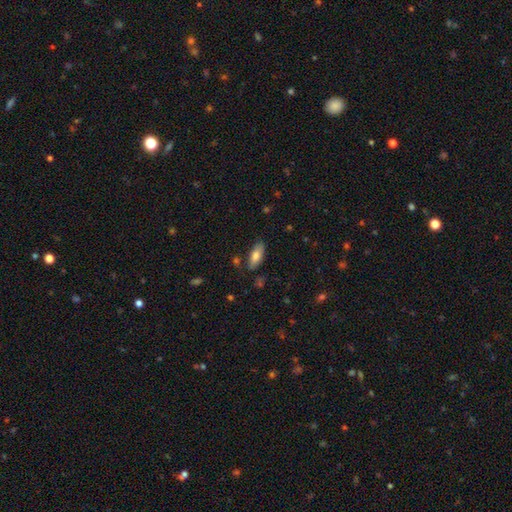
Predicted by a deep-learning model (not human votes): A smooth galaxy with no disk features (79%) that is in between round and cigar-shaped (78%).

Vote fractions:
- Smooth or featured? smooth: 79% / featured or disk: 15% / star or artifact: 7%
- How rounded? in between: 78% / cigar-shaped: 20% / round: 2%
- Merging? none: 76% / minor disturbance: 17% / major disturbance: 4% / merger: 3%